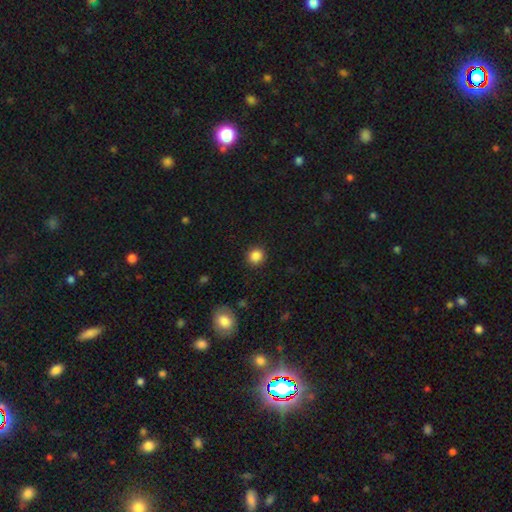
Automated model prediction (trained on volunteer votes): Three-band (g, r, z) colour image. It shows a smooth galaxy with no disk features (87%) that is round (89%). Merging: none (91%).